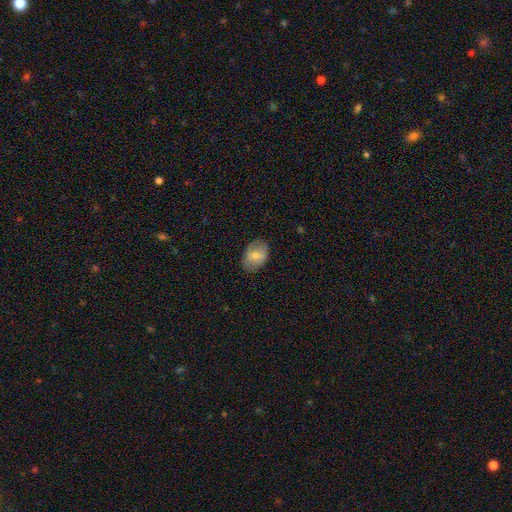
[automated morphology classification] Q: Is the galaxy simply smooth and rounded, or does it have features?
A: smooth — 65%.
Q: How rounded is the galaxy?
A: in between — 82%.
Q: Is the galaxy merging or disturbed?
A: none — 79%.